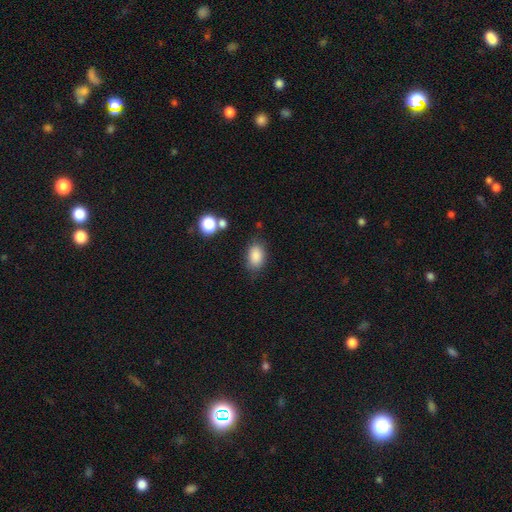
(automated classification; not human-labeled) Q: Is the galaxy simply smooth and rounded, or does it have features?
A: smooth — 86%.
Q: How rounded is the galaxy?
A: in between — 86%.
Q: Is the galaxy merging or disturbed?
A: none — 78%.